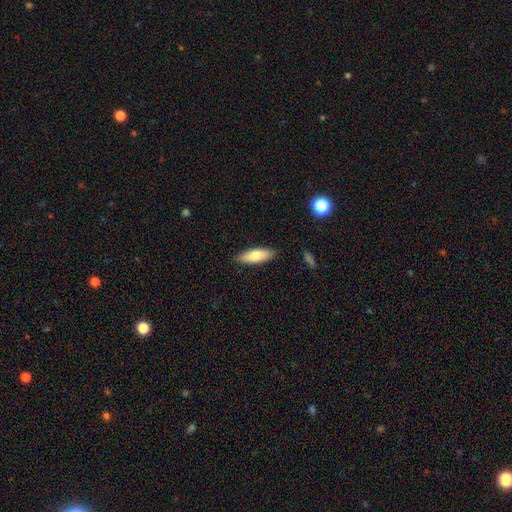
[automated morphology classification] smooth 78%, featured or disk 16%, star or artifact 6%. Down the decision tree: how rounded — in between (65%); merging — none (86%).